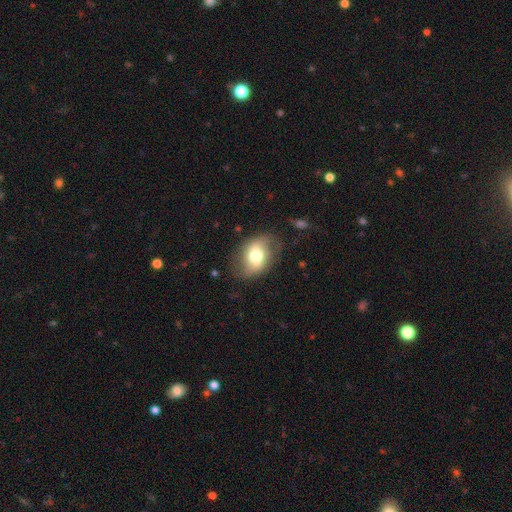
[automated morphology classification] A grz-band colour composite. It shows a smooth galaxy with no disk features (51%) that is in between round and cigar-shaped (78%). Merging: none (70%).